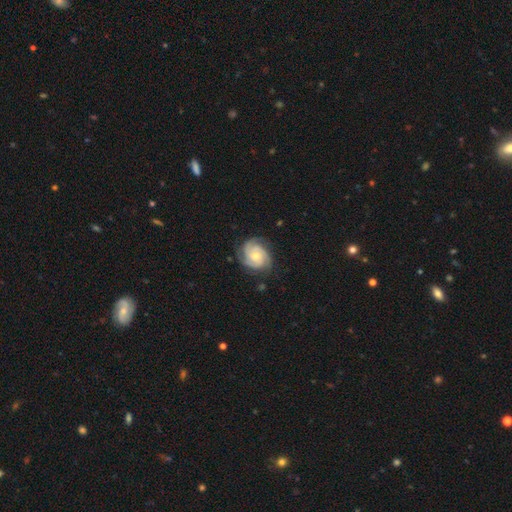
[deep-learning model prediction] Smooth or featured?
  - featured or disk: 85% *
  - smooth: 10%
  - star or artifact: 5%
Edge-on disk?
  - no: 98% *
  - yes: 2%
Bar?
  - no: 76% *
  - weak: 20%
  - strong: 4%
Spiral arms?
  - yes: 98% *
  - no: 2%
Spiral winding?
  - tight: 68% *
  - medium: 27%
  - loose: 4%
Spiral arm count?
  - 3: 51% *
  - 4: 15%
  - 2: 14%
  - can't tell: 12%
  - more than 4: 4%
  - 1: 4%
Bulge size?
  - small: 52% *
  - moderate: 43%
  - large: 2%
  - none: 2%
  - dominant: 1%
Merging?
  - none: 77% *
  - minor disturbance: 17%
  - major disturbance: 5%
  - merger: 1%